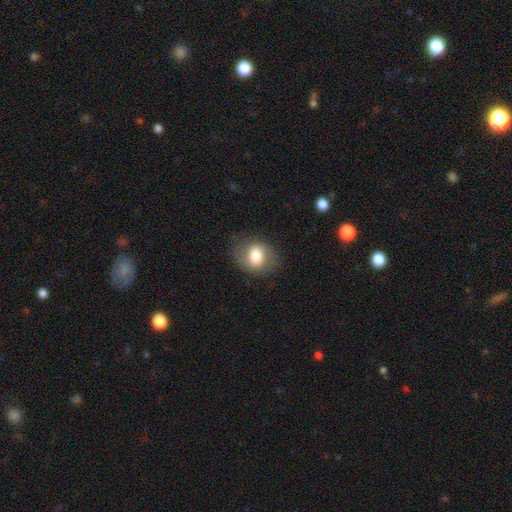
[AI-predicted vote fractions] A smooth galaxy with no disk features (71%) that is in between round and cigar-shaped (50%). Merging: none (78%).